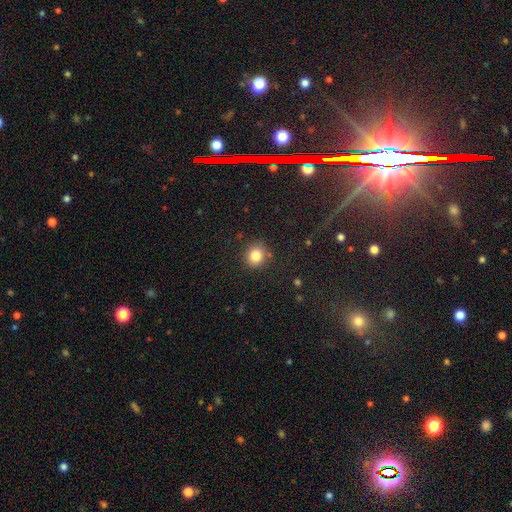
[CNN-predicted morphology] Smooth or featured: smooth — 83% (star or artifact — 11%)
How rounded: round — 87% (in between — 12%)
Merging: none — 86% (minor disturbance — 9%)